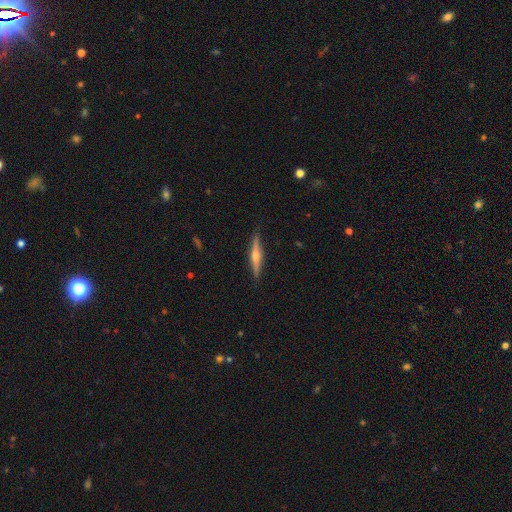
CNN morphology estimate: Overall: featured or disk (73%). Edge-on disk: yes (98%). Edge-on bulge: rounded (88%). Merging: none (90%).